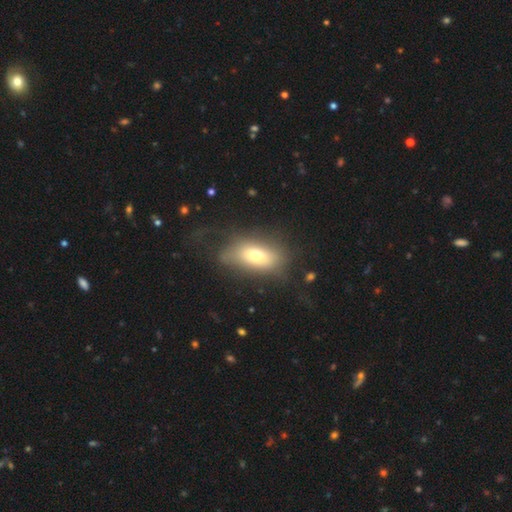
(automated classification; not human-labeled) Smooth or featured?
  - smooth: 64% *
  - featured or disk: 26%
  - star or artifact: 10%
How rounded?
  - in between: 84% *
  - round: 8%
  - cigar-shaped: 8%
Merging?
  - none: 53% *
  - minor disturbance: 22%
  - major disturbance: 22%
  - merger: 2%